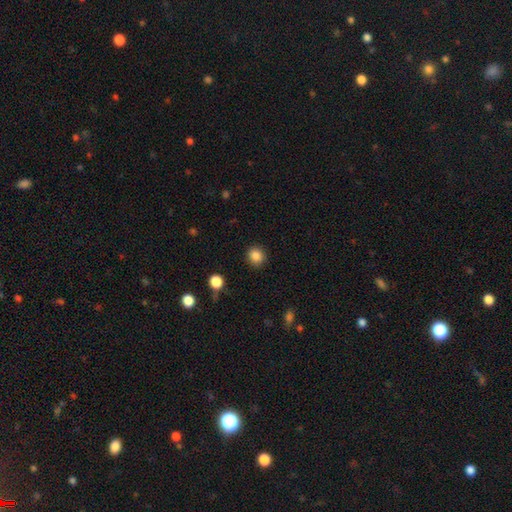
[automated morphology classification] Smooth or featured?
  - smooth: 86% *
  - star or artifact: 11%
  - featured or disk: 4%
How rounded?
  - round: 87% *
  - in between: 13%
  - cigar-shaped: 1%
Merging?
  - none: 90% *
  - minor disturbance: 7%
  - major disturbance: 2%
  - merger: 1%